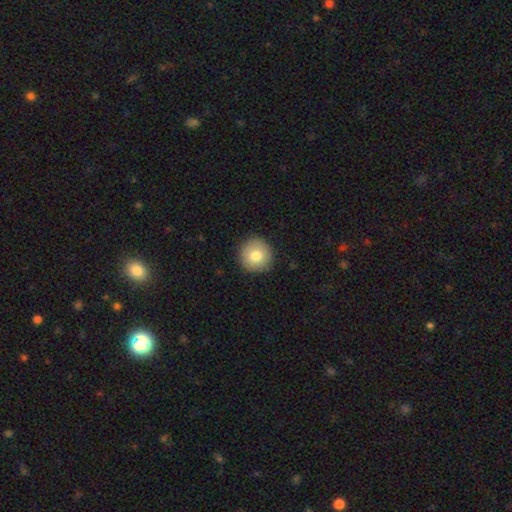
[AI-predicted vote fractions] Smooth or featured? smooth (80%)
How rounded? round (95%)
Merging? none (91%)